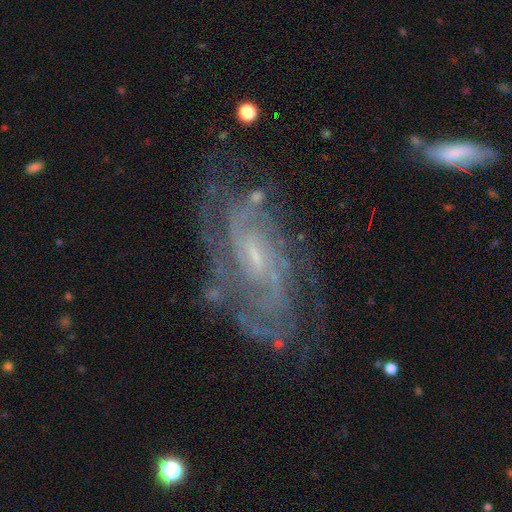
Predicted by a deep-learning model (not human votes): featured or disk 88%, star or artifact 6%, smooth 6%. Down the decision tree: edge-on disk — no (95%); bar — weak (49%); spiral arms — yes (96%); spiral arm count — can't tell (33%); spiral winding — tight (59%); bulge size — small (74%); merging — none (71%).